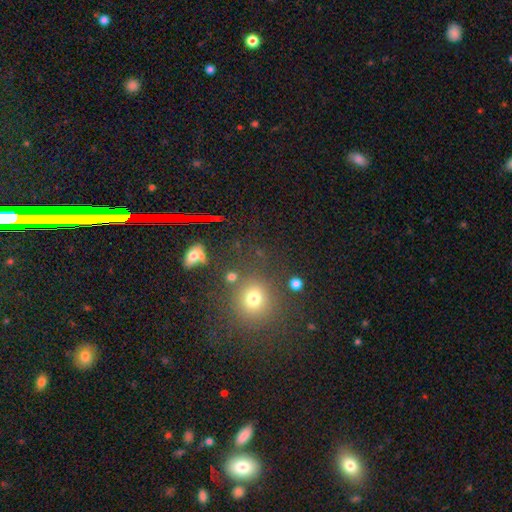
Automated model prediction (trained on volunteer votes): Smooth or featured: smooth — 53% (star or artifact — 37%)
How rounded: round — 84% (in between — 14%)
Merging: none — 82% (minor disturbance — 9%)